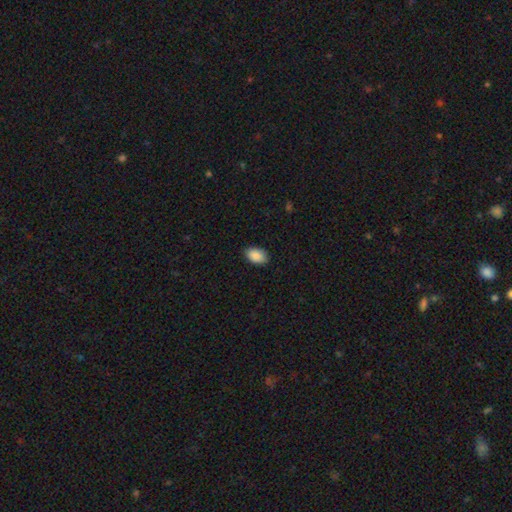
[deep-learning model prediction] Smooth or featured? Predicted: smooth (p=0.89). How rounded? Predicted: in between (p=0.91). Merging? Predicted: none (p=0.88).